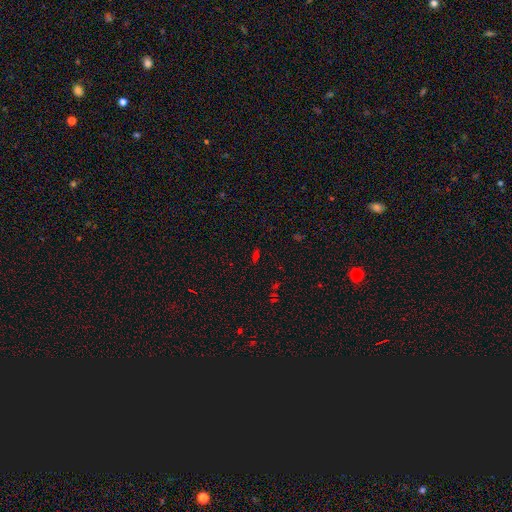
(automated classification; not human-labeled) Smooth or featured? Predicted: smooth (p=0.48). Merging? Predicted: none (p=0.80).